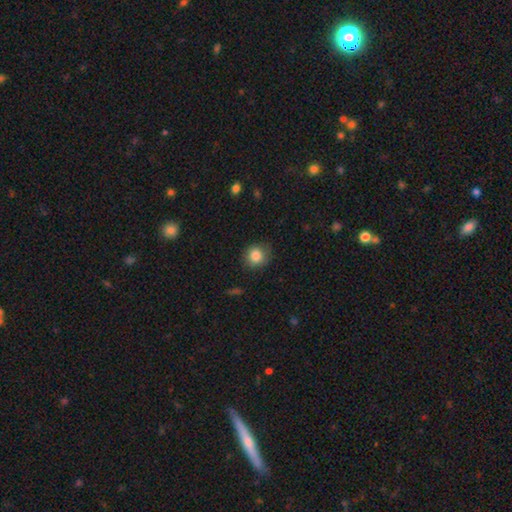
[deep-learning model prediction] Overall: smooth (85%). How rounded: round (82%). Merging: none (81%).